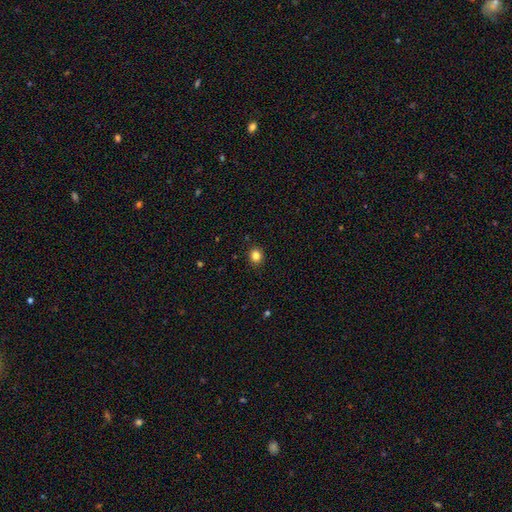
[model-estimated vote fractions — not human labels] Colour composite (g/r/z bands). It shows a smooth galaxy with no disk features (83%) that is round (81%). Merging: none (92%).